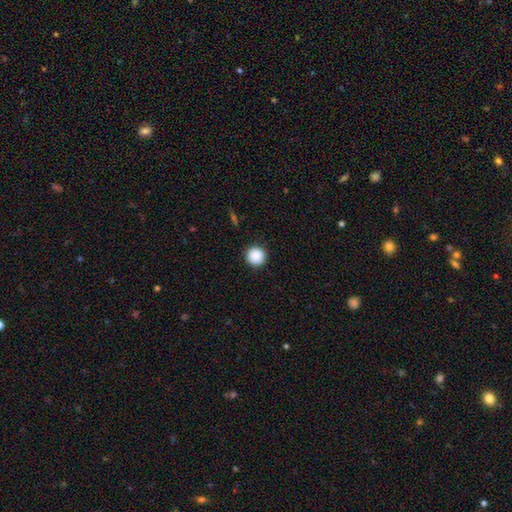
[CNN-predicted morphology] smooth_or_featured: smooth (p=0.88) [alt: star or artifact p=0.09]
how_rounded: round (p=0.96) [alt: in between p=0.03]
merging: none (p=0.92) [alt: minor disturbance p=0.05]